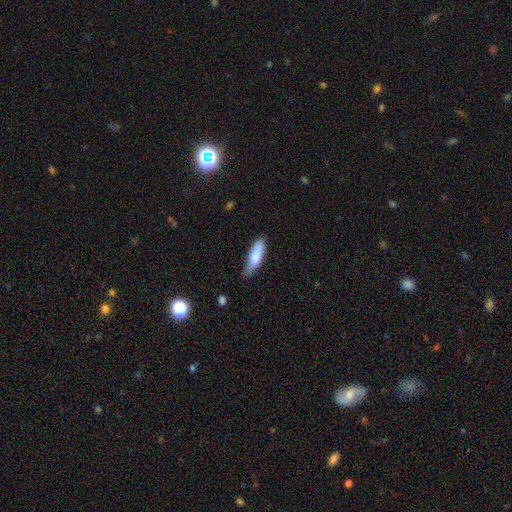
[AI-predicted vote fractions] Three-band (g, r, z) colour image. It shows a smooth galaxy with no disk features (78%) that is cigar-shaped (54%). Merging: none (60%).